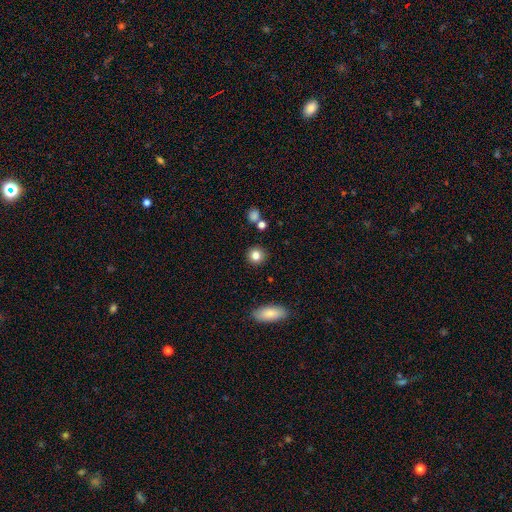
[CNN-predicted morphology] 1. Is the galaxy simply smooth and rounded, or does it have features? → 83% smooth, 11% star or artifact, 7% featured or disk.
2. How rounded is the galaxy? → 89% round, 10% in between, 1% cigar-shaped.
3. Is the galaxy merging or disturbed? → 88% none, 7% minor disturbance, 3% merger, 2% major disturbance.